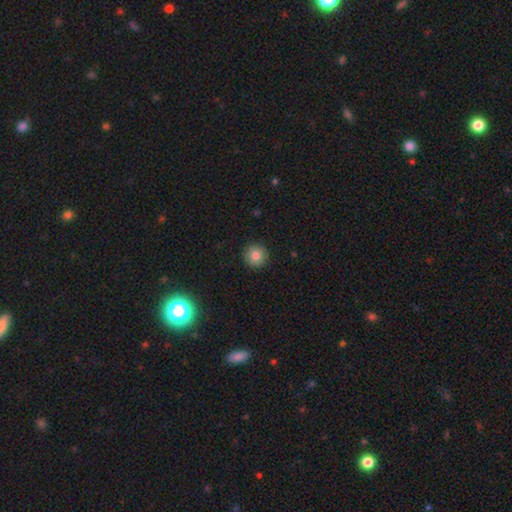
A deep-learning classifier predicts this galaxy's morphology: type=smooth (81%); roundness=round (95%); merging=none (92%).